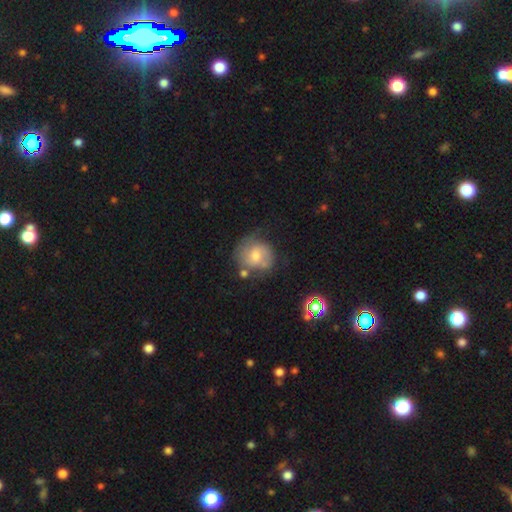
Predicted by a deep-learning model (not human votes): Morphology: type=smooth (49%); merging=none (54%).